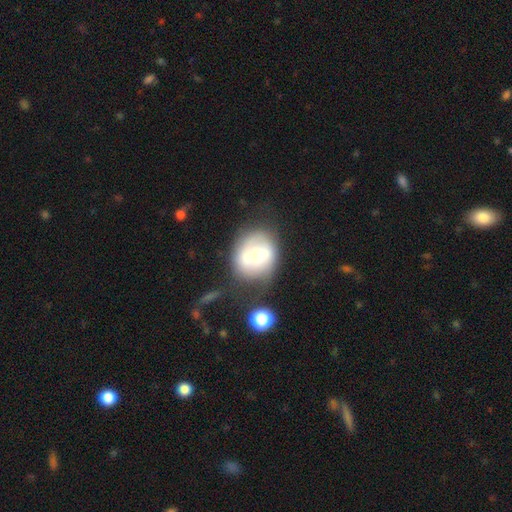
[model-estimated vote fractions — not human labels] smooth-or-featured: smooth: 53% | featured or disk: 38% | star or artifact: 9%
  how-rounded: round: 64% | in between: 35% | cigar-shaped: 1%
  merging: none: 43% | minor disturbance: 24% | major disturbance: 20% | merger: 14%